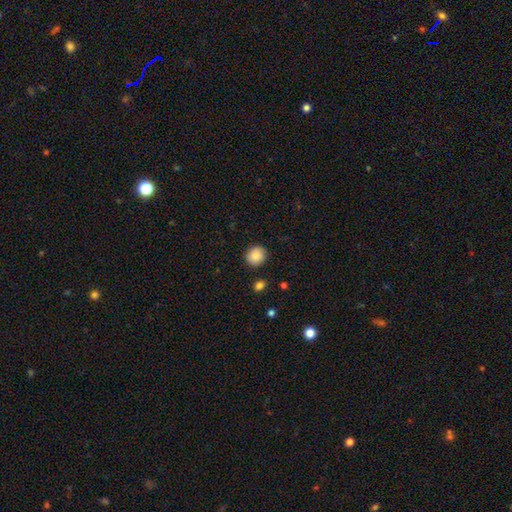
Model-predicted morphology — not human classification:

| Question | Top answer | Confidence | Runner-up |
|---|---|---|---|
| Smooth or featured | smooth | 87% | star or artifact (8%) |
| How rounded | round | 81% | in between (18%) |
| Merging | none | 89% | minor disturbance (7%) |